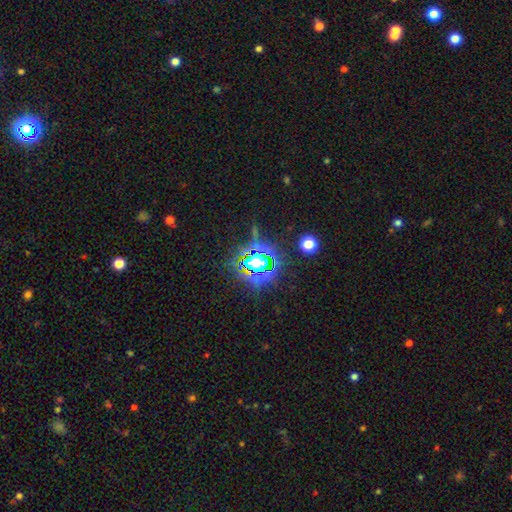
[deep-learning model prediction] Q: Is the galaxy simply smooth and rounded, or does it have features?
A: star or artifact — 82%.